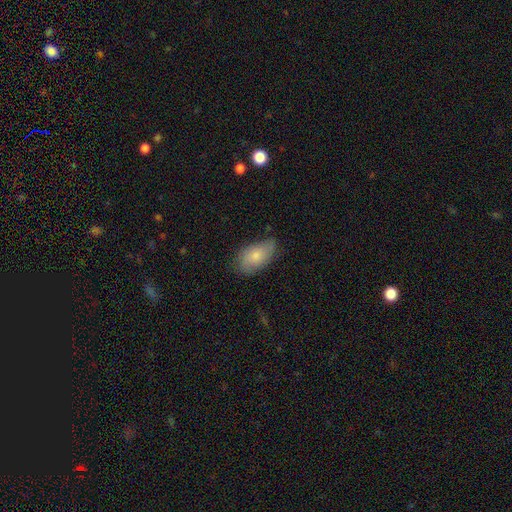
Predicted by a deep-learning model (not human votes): Smooth or featured?
  - smooth: 73% *
  - featured or disk: 21%
  - star or artifact: 6%
How rounded?
  - in between: 93% *
  - round: 4%
  - cigar-shaped: 3%
Merging?
  - none: 65% *
  - minor disturbance: 28%
  - major disturbance: 5%
  - merger: 2%